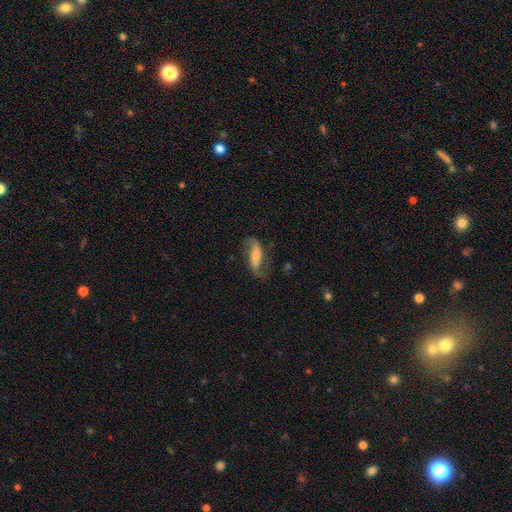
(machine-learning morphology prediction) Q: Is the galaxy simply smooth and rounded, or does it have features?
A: featured or disk — 70%.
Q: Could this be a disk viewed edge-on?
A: no — 90%.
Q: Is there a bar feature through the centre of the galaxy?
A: strong — 38%.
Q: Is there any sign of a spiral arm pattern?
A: yes — 91%.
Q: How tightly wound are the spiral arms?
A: loose — 62%.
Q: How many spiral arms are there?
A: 2 — 89%.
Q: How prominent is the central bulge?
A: small — 48%.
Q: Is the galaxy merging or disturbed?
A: none — 67%.